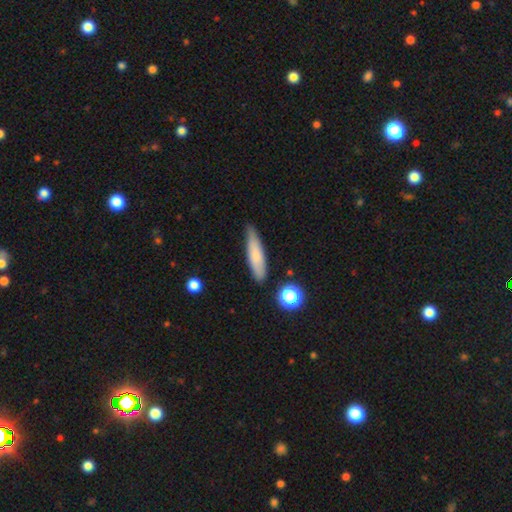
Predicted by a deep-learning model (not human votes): Q: Smooth or featured?
A: smooth (74%); runner-up: featured or disk (19%)
Q: How rounded?
A: cigar-shaped (76%); runner-up: in between (22%)
Q: Merging?
A: none (80%); runner-up: minor disturbance (15%)